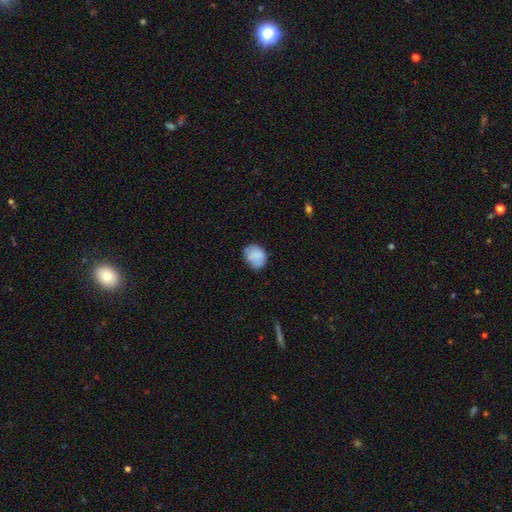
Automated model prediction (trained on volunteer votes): Smooth or featured: smooth — 80% (featured or disk — 13%)
How rounded: round — 53% (in between — 46%)
Merging: none — 70% (minor disturbance — 23%)